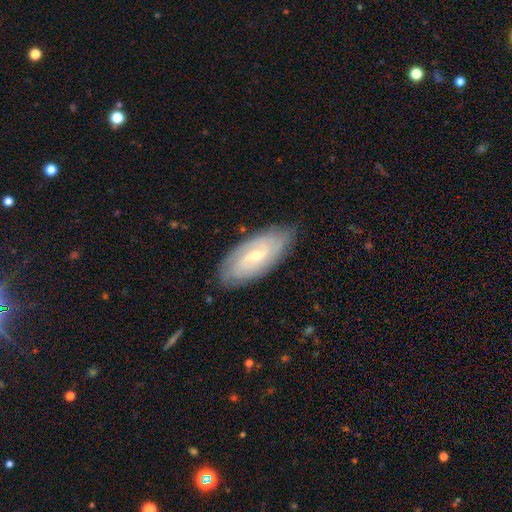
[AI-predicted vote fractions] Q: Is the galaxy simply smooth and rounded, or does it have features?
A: featured or disk — 78%.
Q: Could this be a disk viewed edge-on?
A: no — 91%.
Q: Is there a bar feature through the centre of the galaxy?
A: weak — 47%.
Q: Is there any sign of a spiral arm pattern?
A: yes — 91%.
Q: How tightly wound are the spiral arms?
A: tight — 62%.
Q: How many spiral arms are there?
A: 2 — 38%.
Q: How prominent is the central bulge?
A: small — 63%.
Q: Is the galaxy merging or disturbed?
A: none — 83%.